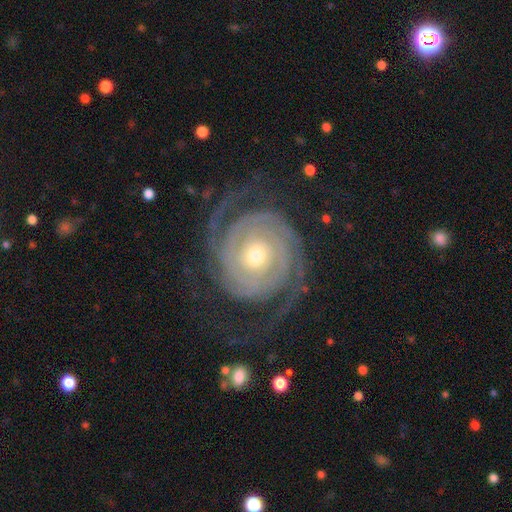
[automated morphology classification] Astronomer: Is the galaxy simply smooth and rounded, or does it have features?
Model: featured or disk — 92%.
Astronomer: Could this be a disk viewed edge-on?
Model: no — 98%.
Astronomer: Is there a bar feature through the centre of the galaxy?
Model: no — 74%.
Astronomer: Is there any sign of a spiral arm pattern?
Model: yes — 98%.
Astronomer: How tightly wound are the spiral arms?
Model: tight — 76%.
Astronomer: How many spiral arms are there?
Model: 2 — 76%.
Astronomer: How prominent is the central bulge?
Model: moderate — 53% (runner-up: small, 42%).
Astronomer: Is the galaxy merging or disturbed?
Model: none — 75%.